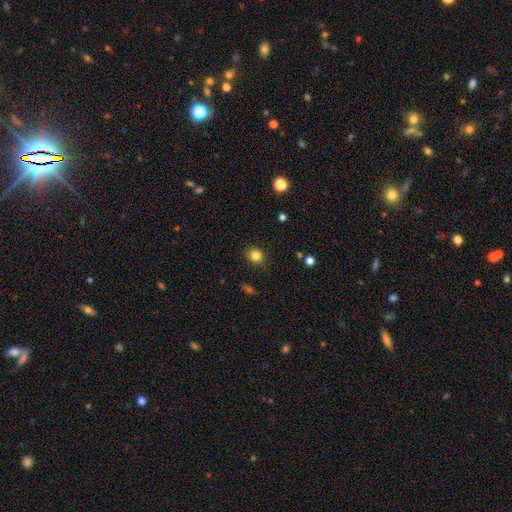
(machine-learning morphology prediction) The model was most divided on "how rounded": round: 76%, in between: 23%, cigar-shaped: 1%. More confident: merging — none (86%); smooth or featured — smooth (83%).